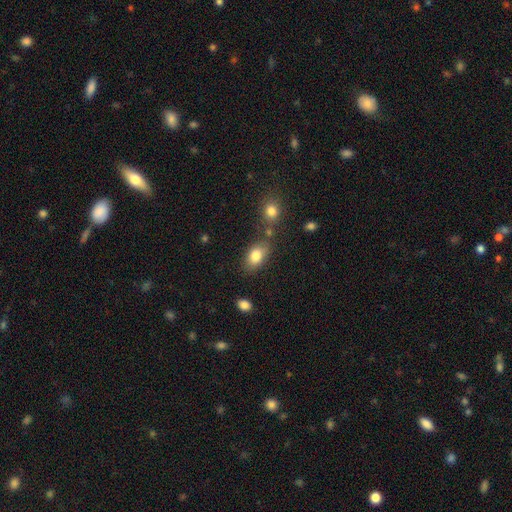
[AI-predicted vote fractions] This is clearly a smooth galaxy (82%). How rounded: clearly in between (86%). Merging: likely none (67%).